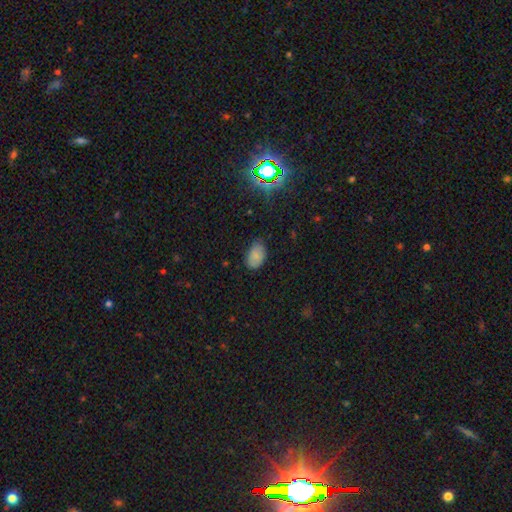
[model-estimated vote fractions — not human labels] A smooth galaxy with no disk features (81%) that is in between round and cigar-shaped (91%).

Vote fractions:
- Smooth or featured? smooth: 81% / star or artifact: 11% / featured or disk: 8%
- How rounded? in between: 91% / round: 8% / cigar-shaped: 1%
- Merging? none: 75% / minor disturbance: 20% / major disturbance: 4% / merger: 1%